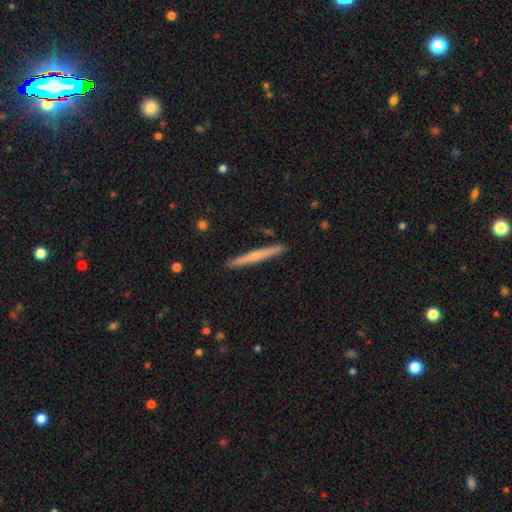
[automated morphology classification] This is possibly a smooth galaxy (50%). How rounded: clearly cigar-shaped (97%). Merging: clearly none (92%).